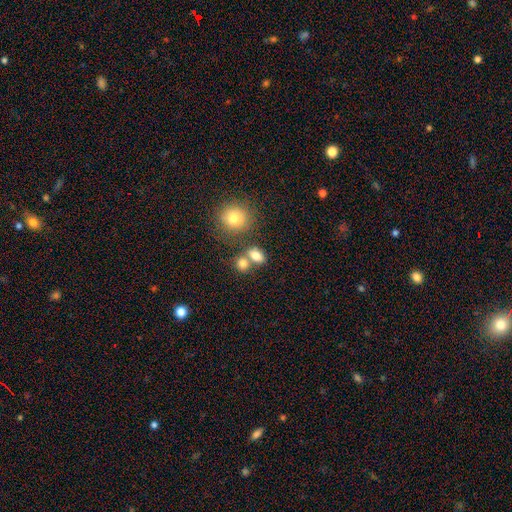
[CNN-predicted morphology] Q: Smooth or featured?
A: smooth (79%); runner-up: star or artifact (12%)
Q: How rounded?
A: in between (62%); runner-up: round (35%)
Q: Merging?
A: none (51%); runner-up: merger (34%)